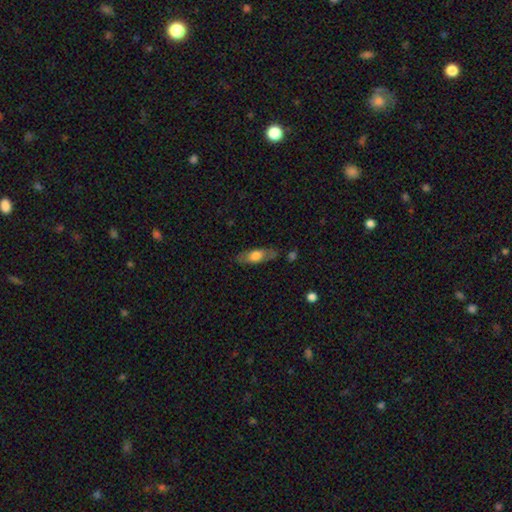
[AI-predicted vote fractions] A smooth galaxy with no disk features (59%) that is in between round and cigar-shaped (58%).

Vote fractions:
- Smooth or featured? smooth: 59% / featured or disk: 35% / star or artifact: 6%
- How rounded? in between: 58% / cigar-shaped: 38% / round: 4%
- Merging? none: 77% / minor disturbance: 15% / major disturbance: 4% / merger: 3%